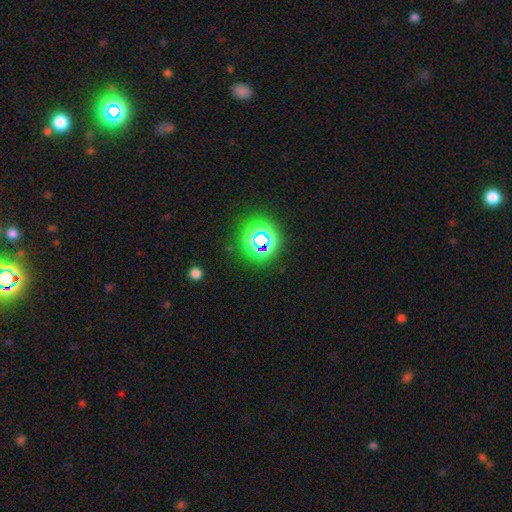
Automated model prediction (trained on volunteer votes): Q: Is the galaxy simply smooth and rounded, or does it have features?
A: star or artifact — 66%.